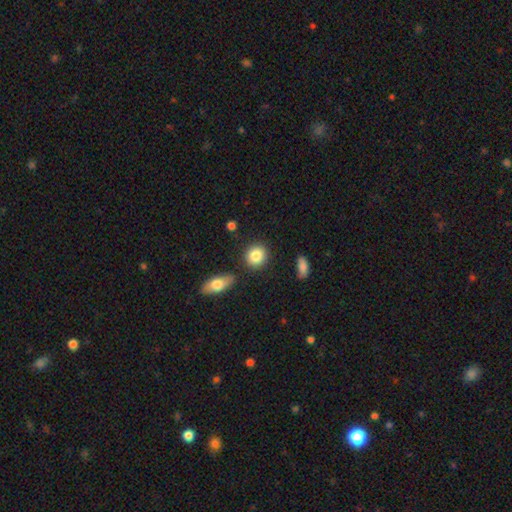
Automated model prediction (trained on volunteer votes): Smooth or featured?
  - smooth: 86% *
  - star or artifact: 7%
  - featured or disk: 7%
How rounded?
  - round: 76% *
  - in between: 22%
  - cigar-shaped: 2%
Merging?
  - none: 84% *
  - minor disturbance: 9%
  - merger: 5%
  - major disturbance: 3%